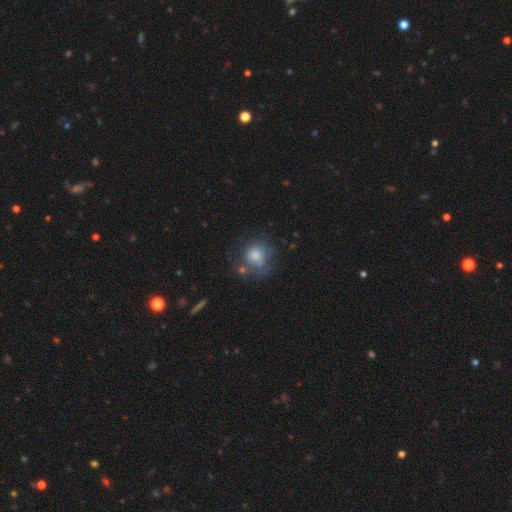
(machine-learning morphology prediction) A smooth galaxy with no disk features (70%) that is round (82%). Merging: none (49%).